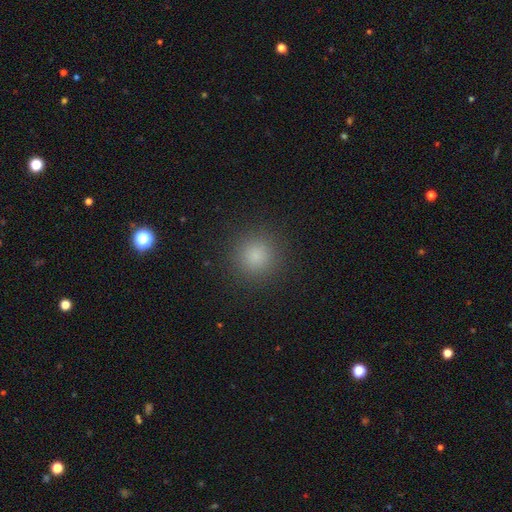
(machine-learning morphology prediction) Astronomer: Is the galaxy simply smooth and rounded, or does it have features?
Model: smooth — 83%.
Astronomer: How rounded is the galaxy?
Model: round — 94%.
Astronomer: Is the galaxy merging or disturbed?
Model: none — 91%.